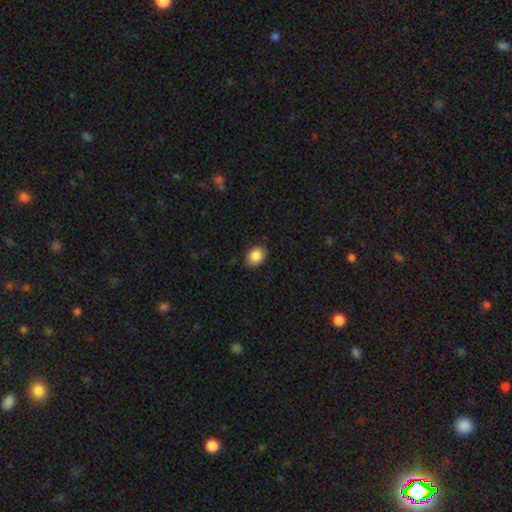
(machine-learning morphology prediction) Smooth or featured?
  - smooth: 87% *
  - star or artifact: 8%
  - featured or disk: 5%
How rounded?
  - in between: 66% *
  - round: 33%
  - cigar-shaped: 1%
Merging?
  - none: 83% *
  - minor disturbance: 13%
  - major disturbance: 2%
  - merger: 1%